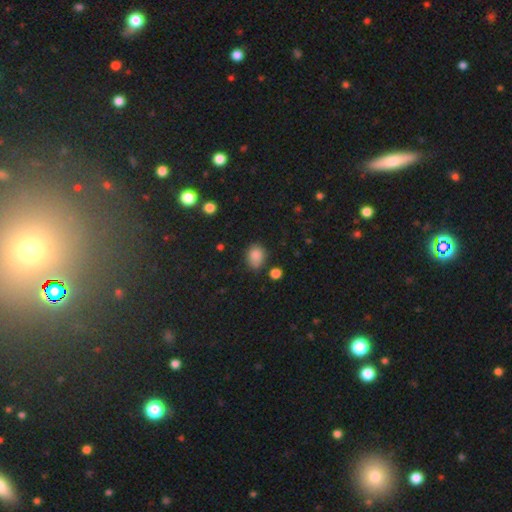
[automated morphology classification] Q: Smooth or featured?
A: smooth (84%); runner-up: star or artifact (11%)
Q: How rounded?
A: in between (60%); runner-up: round (39%)
Q: Merging?
A: none (71%); runner-up: minor disturbance (20%)